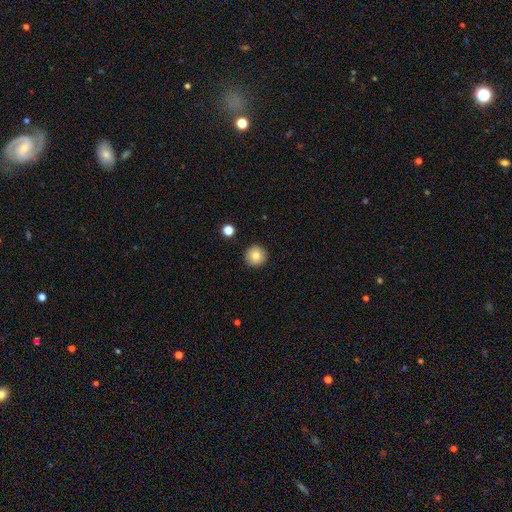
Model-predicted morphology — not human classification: smooth 80%, featured or disk 11%, star or artifact 10%. Down the decision tree: how rounded — round (96%); merging — none (92%).